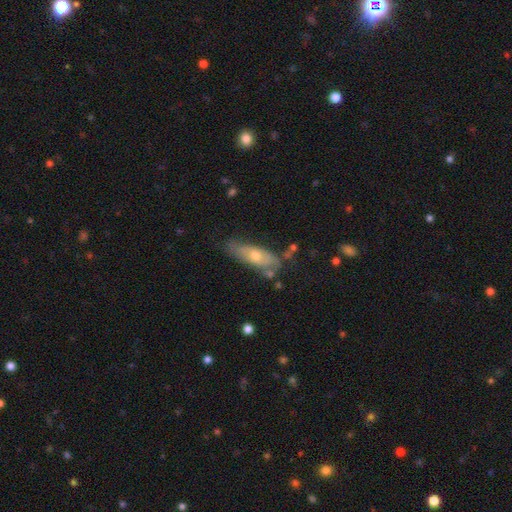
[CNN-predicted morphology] Smooth or featured? smooth (46%, tied with featured or disk)
Merging? none (56%)